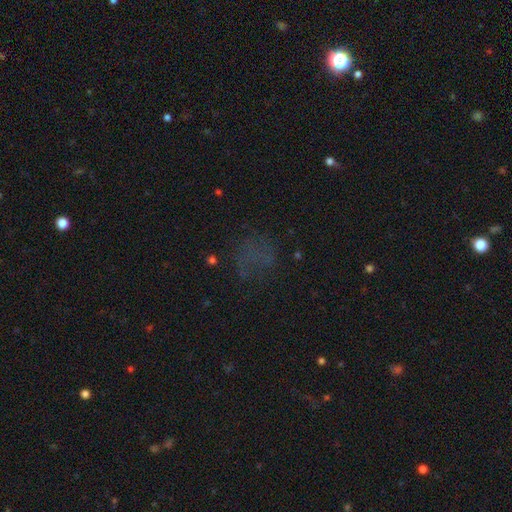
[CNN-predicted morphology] Smooth or featured?
  - star or artifact: 43% *
  - smooth: 42%
  - featured or disk: 15%